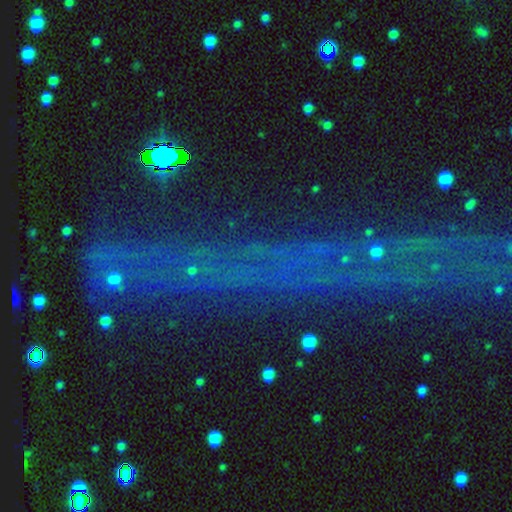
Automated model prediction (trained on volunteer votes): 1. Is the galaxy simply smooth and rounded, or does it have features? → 69% star or artifact, 17% featured or disk, 14% smooth.